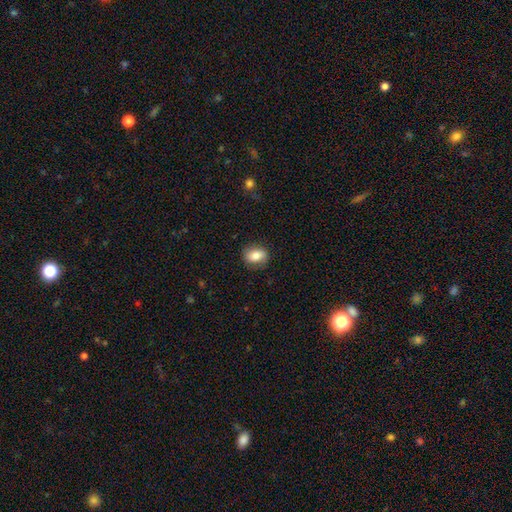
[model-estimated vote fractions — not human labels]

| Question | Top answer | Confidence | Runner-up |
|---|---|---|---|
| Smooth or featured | smooth | 77% | featured or disk (15%) |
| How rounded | in between | 68% | round (30%) |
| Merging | none | 78% | minor disturbance (16%) |